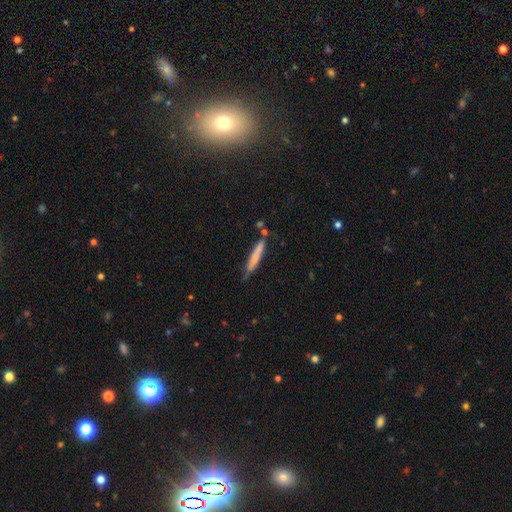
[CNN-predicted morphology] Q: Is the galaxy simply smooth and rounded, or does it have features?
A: smooth — 69%.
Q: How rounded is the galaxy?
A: cigar-shaped — 93%.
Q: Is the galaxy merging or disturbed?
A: none — 70%.